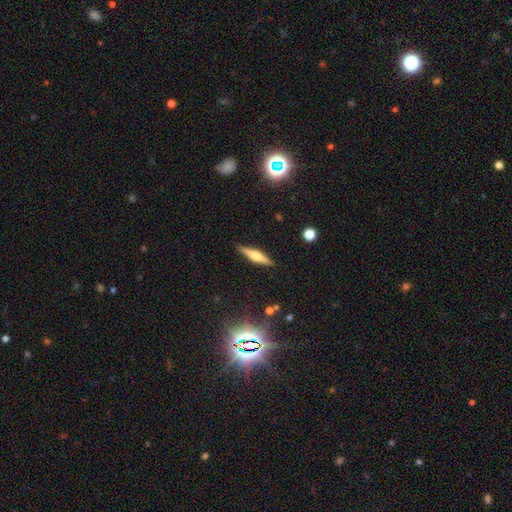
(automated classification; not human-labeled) Overall: featured or disk (59%; smooth 33%). Edge-on disk: yes (97%). Edge-on bulge: rounded (83%). Merging: none (89%).